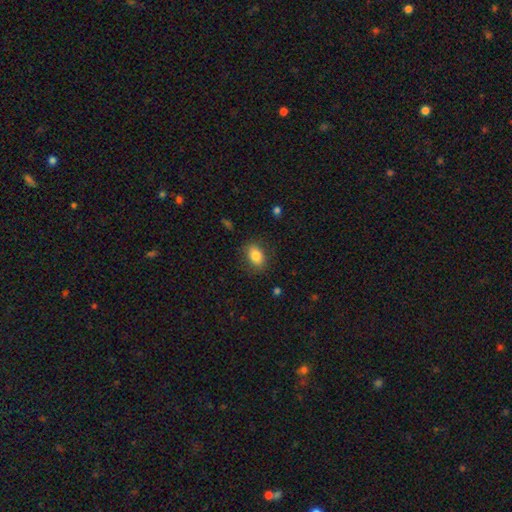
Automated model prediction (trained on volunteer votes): smooth-or-featured: smooth: 83% | featured or disk: 9% | star or artifact: 9%
  how-rounded: in between: 81% | round: 17% | cigar-shaped: 2%
  merging: none: 84% | minor disturbance: 12% | major disturbance: 3% | merger: 1%